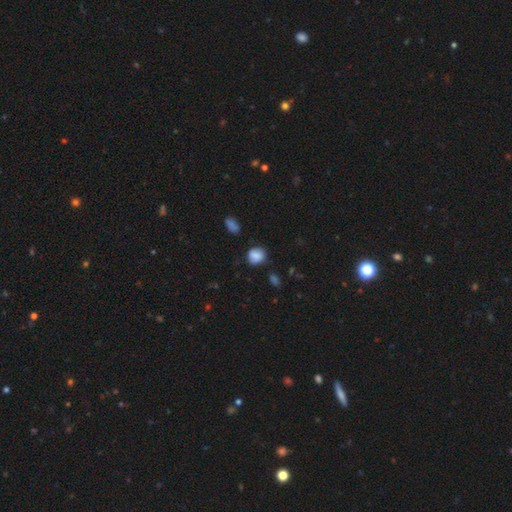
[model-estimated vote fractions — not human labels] This is clearly a smooth galaxy (83%). How rounded: likely round (69%). Merging: likely none (72%).